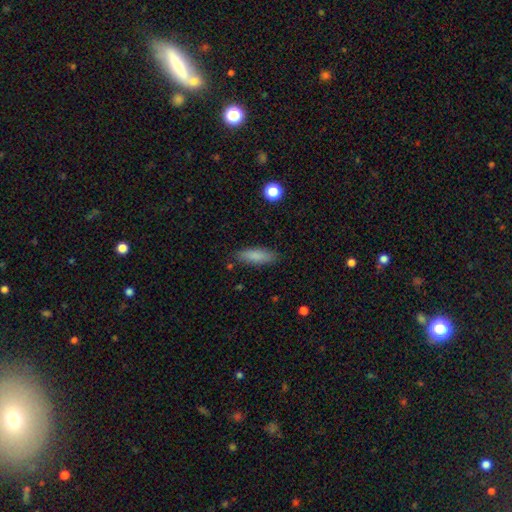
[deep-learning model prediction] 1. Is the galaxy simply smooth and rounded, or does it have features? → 84% smooth, 9% featured or disk, 7% star or artifact.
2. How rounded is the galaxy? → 52% in between, 46% cigar-shaped, 2% round.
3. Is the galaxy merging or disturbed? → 84% none, 11% minor disturbance, 3% major disturbance, 2% merger.